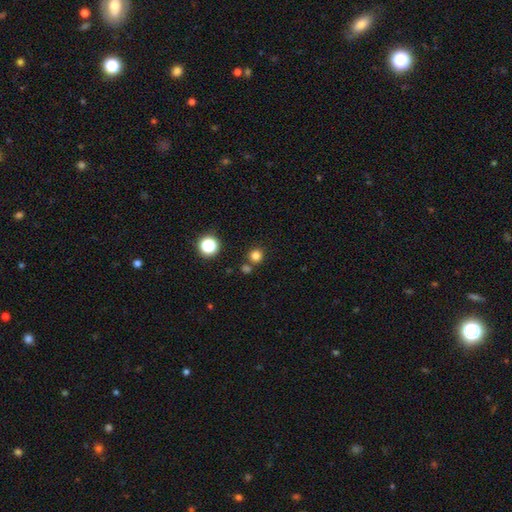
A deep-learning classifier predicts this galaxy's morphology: A smooth galaxy with no disk features (79%) that is round (93%). Merging: none (77%).